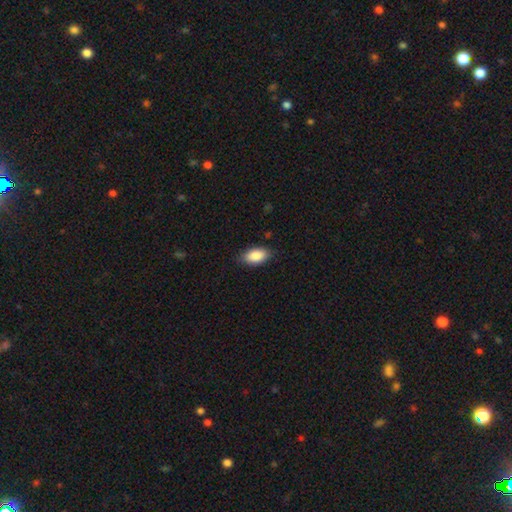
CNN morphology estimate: smooth_or_featured: smooth (p=0.88) [alt: star or artifact p=0.06]
how_rounded: in between (p=0.92) [alt: round p=0.04]
merging: none (p=0.83) [alt: minor disturbance p=0.13]